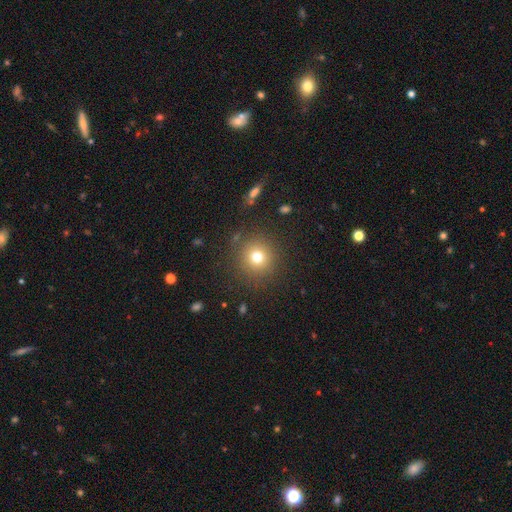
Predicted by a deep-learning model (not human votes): smooth_or_featured: smooth (p=0.72) [alt: star or artifact p=0.19]
how_rounded: round (p=0.94) [alt: in between p=0.05]
merging: none (p=0.89) [alt: minor disturbance p=0.06]